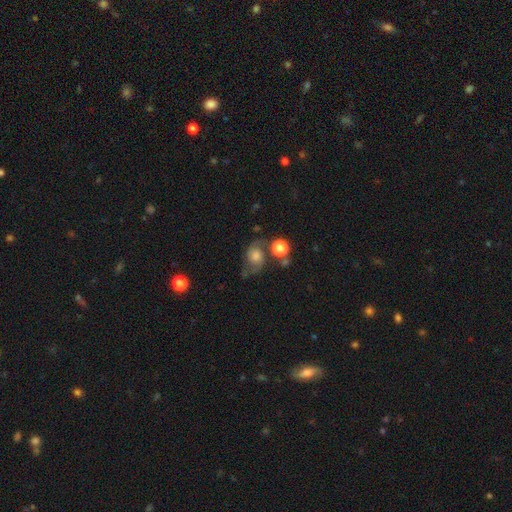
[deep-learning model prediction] Smooth or featured? featured or disk (58%)
Edge-on disk? no (96%)
Bar? no (73%)
Spiral arms? yes (88%)
Bulge size? moderate (37%)
Merging? none (57%)